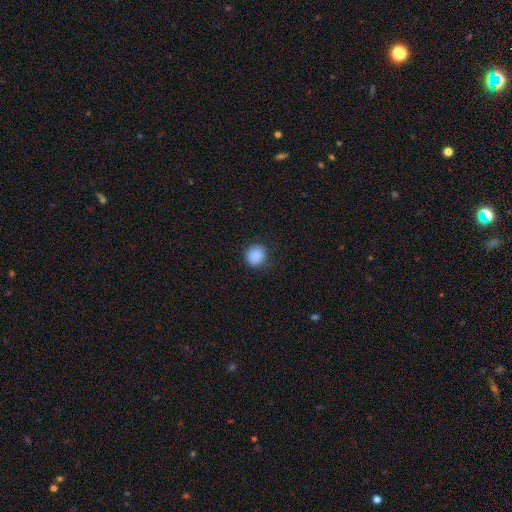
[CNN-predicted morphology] The model was most divided on "how rounded": round: 86%, in between: 13%, cigar-shaped: 1%. More confident: smooth or featured — smooth (89%); merging — none (85%).